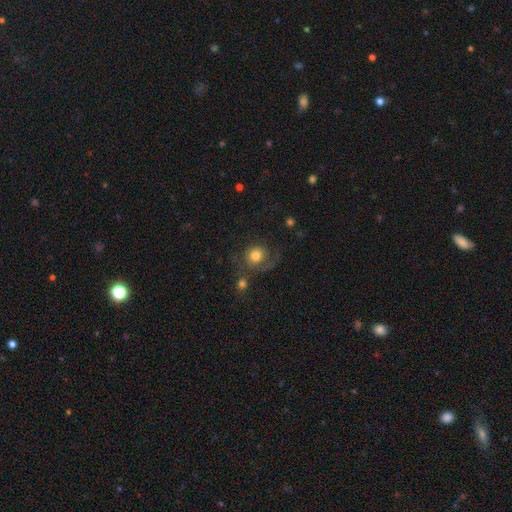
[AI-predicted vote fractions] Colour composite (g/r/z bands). It shows a smooth galaxy with no disk features (72%) that is round (80%). Merging: none (48%).